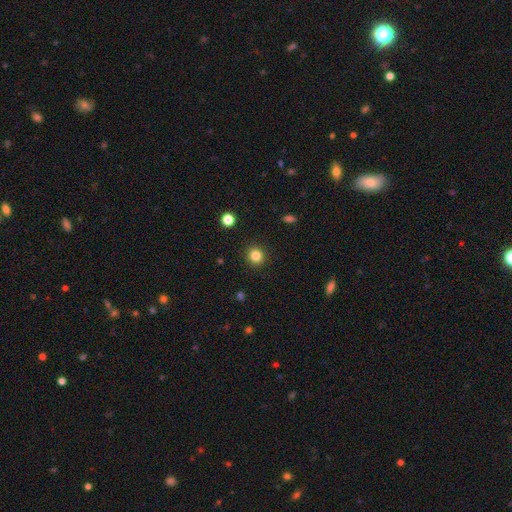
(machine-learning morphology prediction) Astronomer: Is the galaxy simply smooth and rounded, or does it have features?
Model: smooth — 84%.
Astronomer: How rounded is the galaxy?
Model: round — 89%.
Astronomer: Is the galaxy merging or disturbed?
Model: none — 91%.